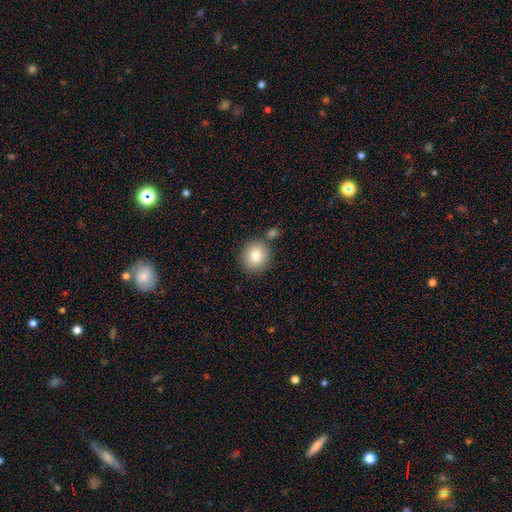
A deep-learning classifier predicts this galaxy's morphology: This appears to be a smooth galaxy with no disk features (81%) that is round (88%). Merging: none (79%).